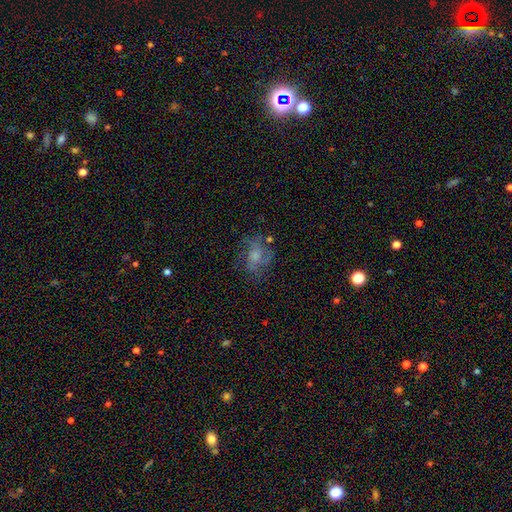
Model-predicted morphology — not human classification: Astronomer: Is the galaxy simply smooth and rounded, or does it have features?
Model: featured or disk — 67%.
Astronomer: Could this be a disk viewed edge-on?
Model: no — 97%.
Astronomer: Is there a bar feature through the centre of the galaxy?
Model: no — 68%.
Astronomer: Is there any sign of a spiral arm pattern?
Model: yes — 86%.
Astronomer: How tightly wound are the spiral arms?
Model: medium — 50% (runner-up: loose, 28%).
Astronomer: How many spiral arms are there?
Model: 3 — 34% (runner-up: can't tell, 23%).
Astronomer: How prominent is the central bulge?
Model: moderate — 42% (runner-up: small, 35%).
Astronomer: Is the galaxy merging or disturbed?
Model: none — 63%.